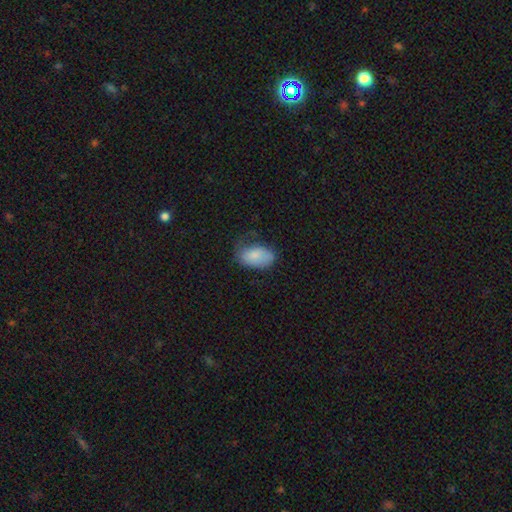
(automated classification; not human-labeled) Smooth or featured?
  - smooth: 80% *
  - featured or disk: 13%
  - star or artifact: 7%
How rounded?
  - in between: 92% *
  - round: 7%
  - cigar-shaped: 1%
Merging?
  - none: 46% *
  - minor disturbance: 36%
  - major disturbance: 16%
  - merger: 2%